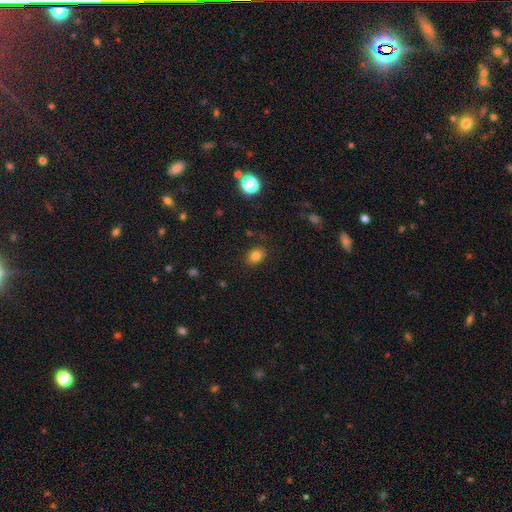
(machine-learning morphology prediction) Smooth or featured?
  - smooth: 82% *
  - star or artifact: 12%
  - featured or disk: 6%
How rounded?
  - in between: 68% *
  - round: 30%
  - cigar-shaped: 1%
Merging?
  - none: 85% *
  - minor disturbance: 11%
  - major disturbance: 3%
  - merger: 2%